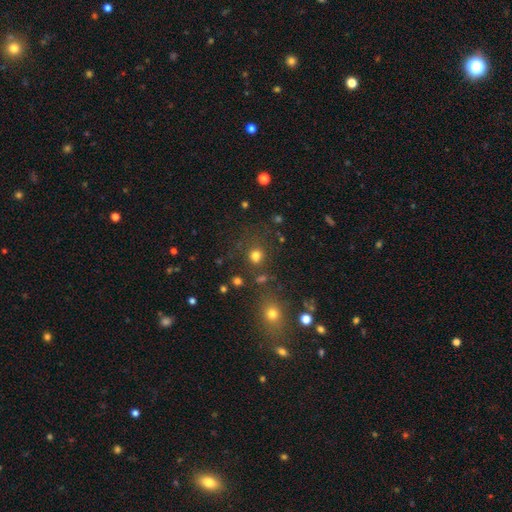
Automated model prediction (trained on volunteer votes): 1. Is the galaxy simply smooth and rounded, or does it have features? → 75% smooth, 19% star or artifact, 6% featured or disk.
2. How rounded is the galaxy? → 84% round, 15% in between, 1% cigar-shaped.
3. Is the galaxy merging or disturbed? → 73% none, 11% merger, 10% minor disturbance, 5% major disturbance.